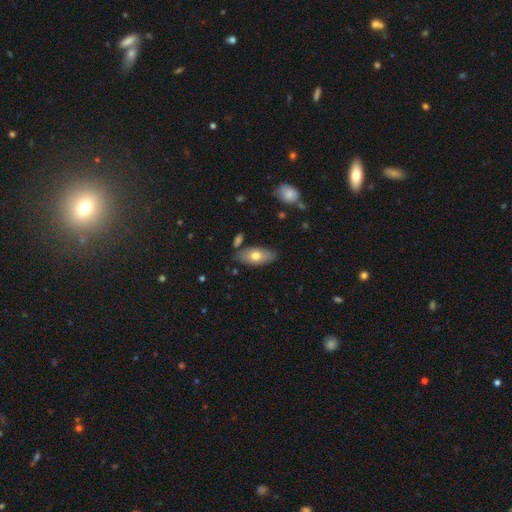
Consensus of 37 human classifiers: This appears to be a smooth galaxy with no disk features (78%) that is in between round and cigar-shaped (83%). Merging: none (80%).